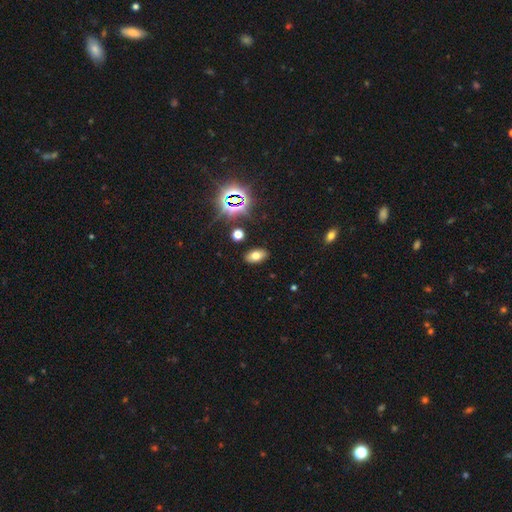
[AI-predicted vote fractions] Smooth or featured? smooth (66%)
How rounded? in between (91%)
Merging? none (88%)